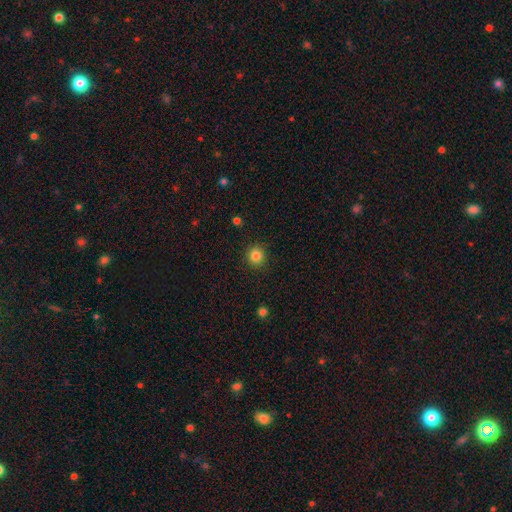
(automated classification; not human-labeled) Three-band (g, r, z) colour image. It shows a smooth galaxy with no disk features (84%) that is round (91%). Merging: none (90%).